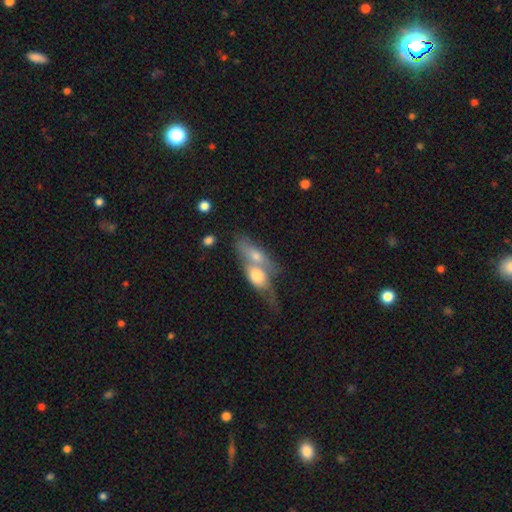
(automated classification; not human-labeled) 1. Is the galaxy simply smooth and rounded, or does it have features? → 55% smooth, 37% featured or disk, 8% star or artifact.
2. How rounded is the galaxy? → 63% in between, 27% cigar-shaped, 10% round.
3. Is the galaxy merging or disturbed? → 70% merger, 16% none, 7% minor disturbance, 7% major disturbance.